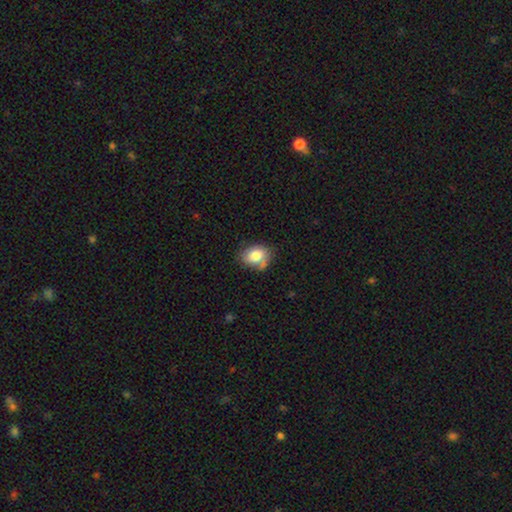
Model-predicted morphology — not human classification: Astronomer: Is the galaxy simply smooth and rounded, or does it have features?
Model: smooth — 79%.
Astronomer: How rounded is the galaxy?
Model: in between — 68%.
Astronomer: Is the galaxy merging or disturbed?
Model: none — 58%.